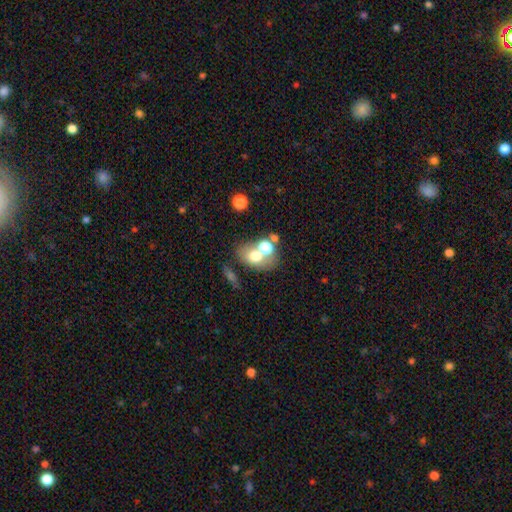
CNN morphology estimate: This is likely a smooth galaxy (65%). How rounded: possibly in between (59%). Merging: marginally none (44%).